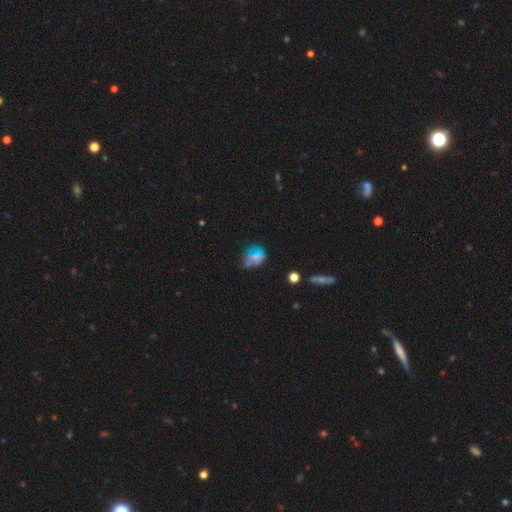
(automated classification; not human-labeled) smooth_or_featured: smooth (p=0.45) [alt: featured or disk p=0.32]
merging: none (p=0.55) [alt: minor disturbance p=0.22]